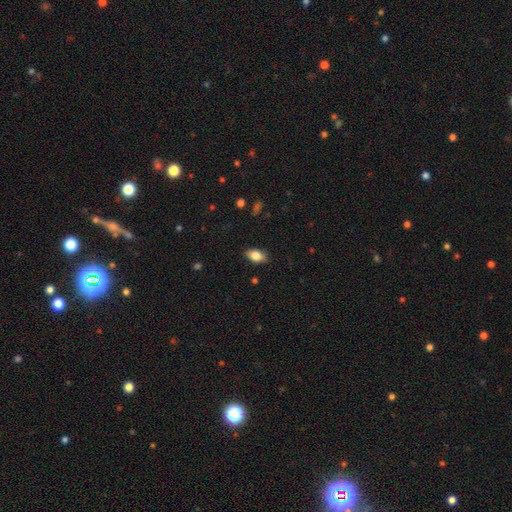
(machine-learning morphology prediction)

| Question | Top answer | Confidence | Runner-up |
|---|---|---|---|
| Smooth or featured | smooth | 81% | featured or disk (11%) |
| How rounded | in between | 90% | round (6%) |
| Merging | none | 86% | minor disturbance (11%) |